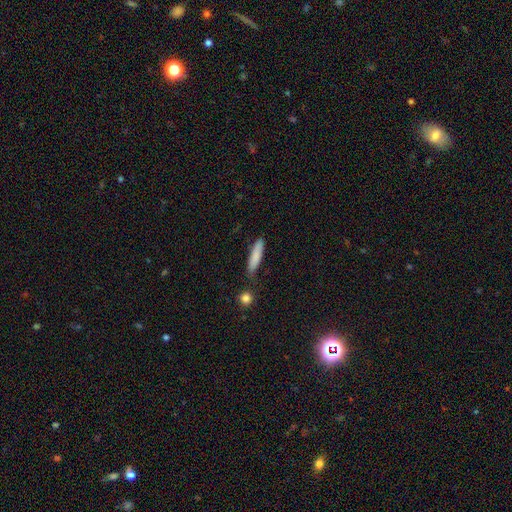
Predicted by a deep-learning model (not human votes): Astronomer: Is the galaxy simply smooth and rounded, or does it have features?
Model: smooth — 82%.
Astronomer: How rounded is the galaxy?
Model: cigar-shaped — 82%.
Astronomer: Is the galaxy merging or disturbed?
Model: none — 78%.